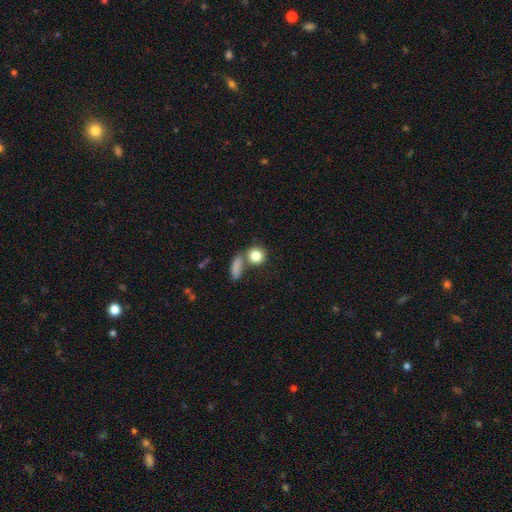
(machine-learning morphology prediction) The model was most divided on "merging": none: 56%, merger: 28%, minor disturbance: 11%, major disturbance: 5%. More confident: smooth or featured — smooth (83%); how rounded — round (79%).